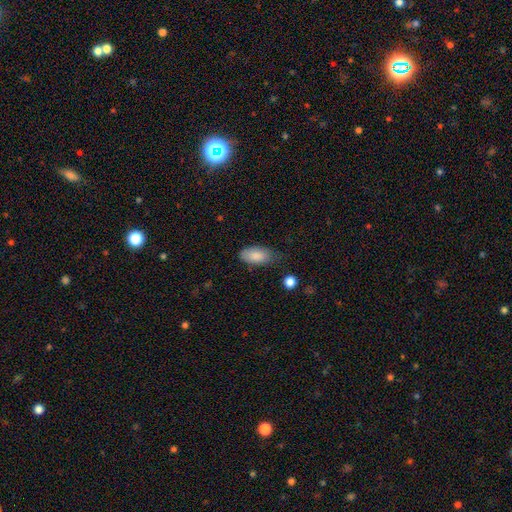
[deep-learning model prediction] Smooth or featured? Predicted: smooth (p=0.86). How rounded? Predicted: in between (p=0.92). Merging? Predicted: none (p=0.61).